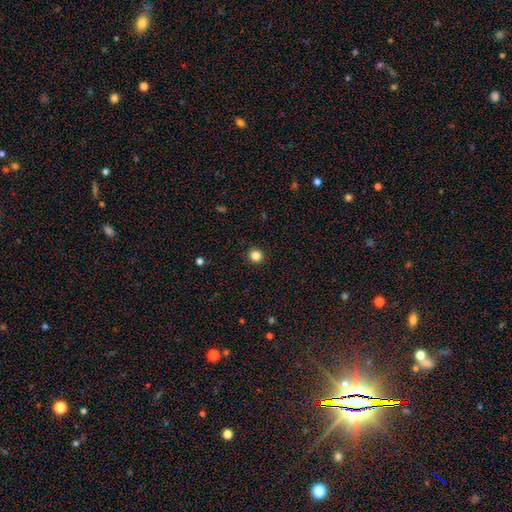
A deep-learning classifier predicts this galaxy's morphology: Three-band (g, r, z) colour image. It shows a smooth galaxy with no disk features (84%) that is round (94%). Merging: none (93%).